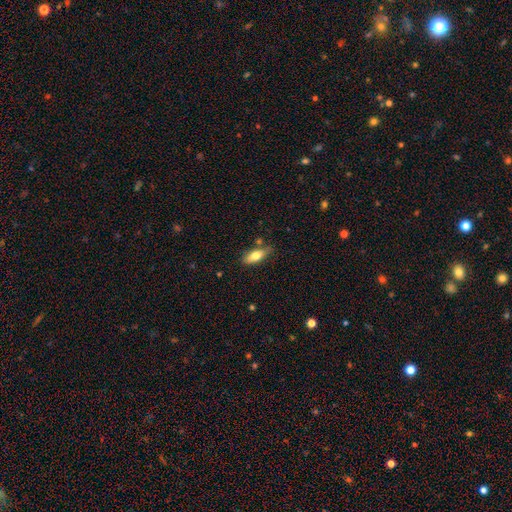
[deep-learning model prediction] Overall: smooth (70%). How rounded: in between (72%). Merging: none (74%).